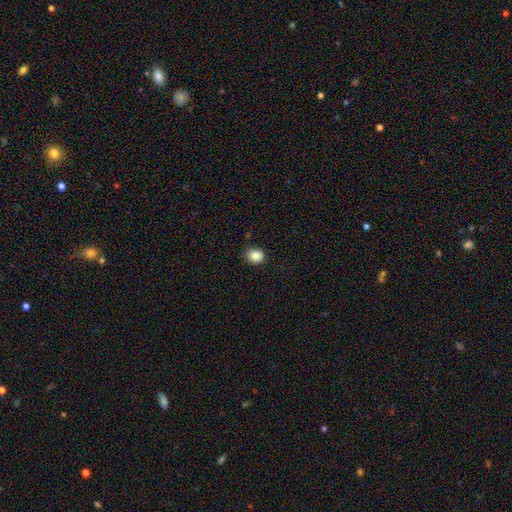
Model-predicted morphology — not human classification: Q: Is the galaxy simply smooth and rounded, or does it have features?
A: smooth — 86%.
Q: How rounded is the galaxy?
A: round — 61%.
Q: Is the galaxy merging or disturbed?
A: none — 80%.